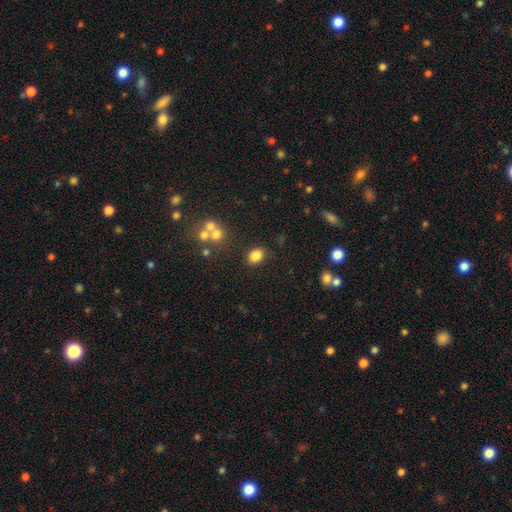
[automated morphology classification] A smooth galaxy with no disk features (82%) that is in between round and cigar-shaped (73%).

Vote fractions:
- Smooth or featured? smooth: 82% / star or artifact: 11% / featured or disk: 7%
- How rounded? in between: 73% / round: 26% / cigar-shaped: 1%
- Merging? none: 80% / minor disturbance: 10% / merger: 6% / major disturbance: 3%